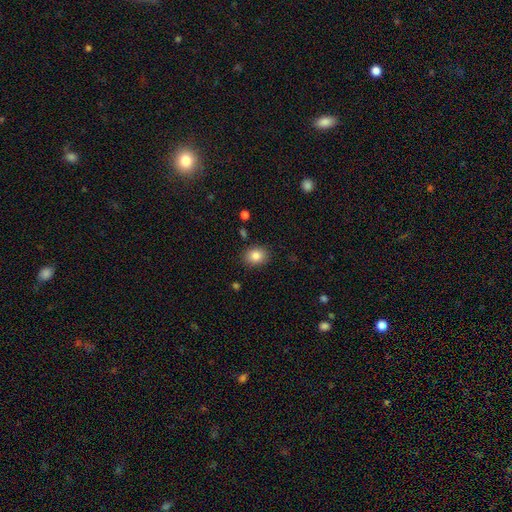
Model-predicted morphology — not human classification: smooth 85%, star or artifact 9%, featured or disk 6%. Down the decision tree: how rounded — in between (56%); merging — none (87%).